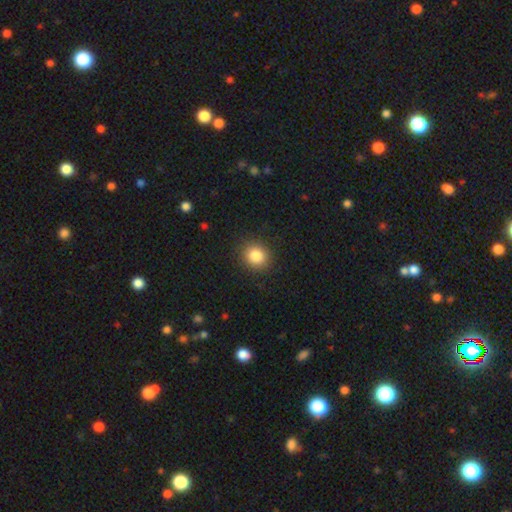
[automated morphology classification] smooth-or-featured: smooth: 84% | star or artifact: 10% | featured or disk: 5%
  how-rounded: round: 79% | in between: 20% | cigar-shaped: 1%
  merging: none: 90% | minor disturbance: 7% | major disturbance: 2% | merger: 1%